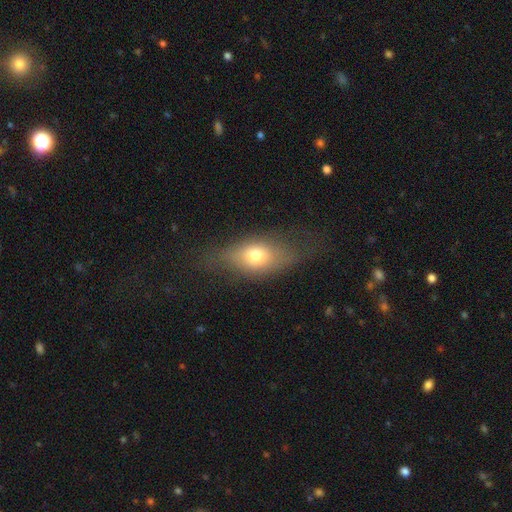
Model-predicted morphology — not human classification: Overall: smooth (68%). How rounded: in between (76%). Merging: none (61%).